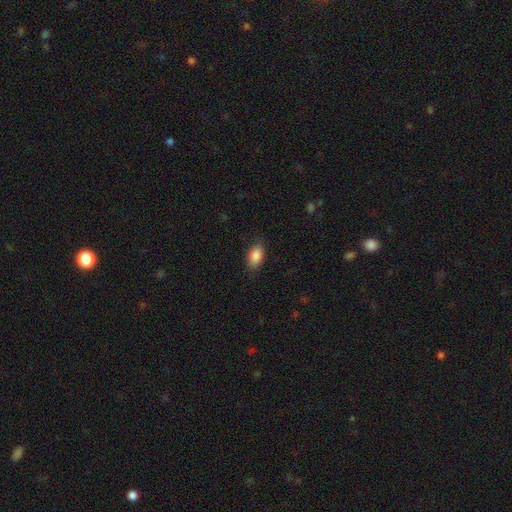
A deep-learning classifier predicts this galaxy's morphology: smooth-or-featured: smooth: 89% | star or artifact: 7% | featured or disk: 4%
  how-rounded: in between: 92% | round: 5% | cigar-shaped: 3%
  merging: none: 86% | minor disturbance: 11% | major disturbance: 3% | merger: 1%